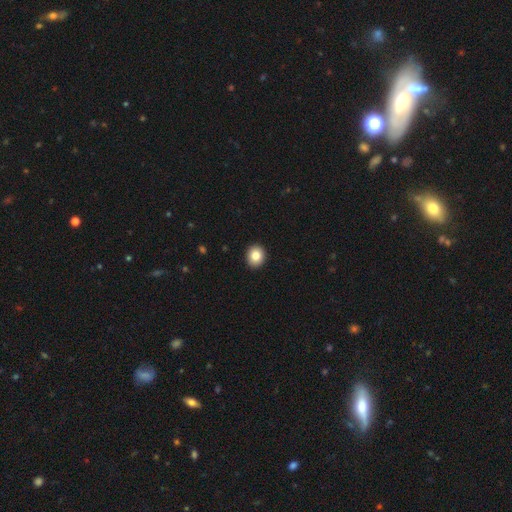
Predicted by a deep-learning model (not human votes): Smooth or featured? Predicted: smooth (p=0.83). How rounded? Predicted: round (p=0.76). Merging? Predicted: none (p=0.92).